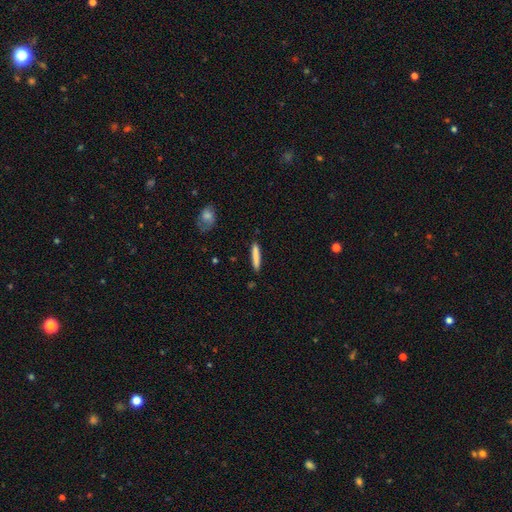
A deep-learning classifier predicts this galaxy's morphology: A smooth galaxy with no disk features (81%) that is cigar-shaped (93%). Merging: none (88%).